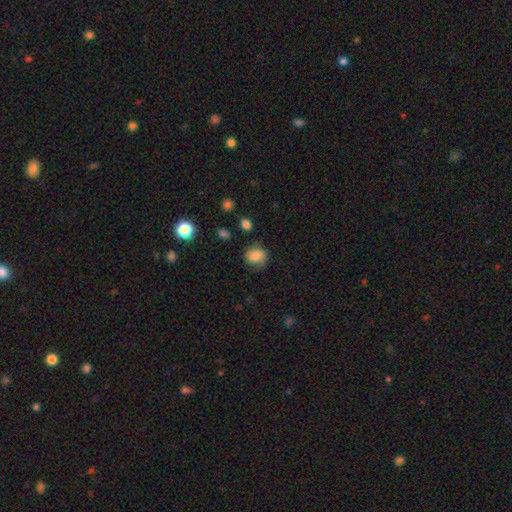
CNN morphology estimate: Overall: smooth (79%). How rounded: round (61%; in between 38%). Merging: none (68%).